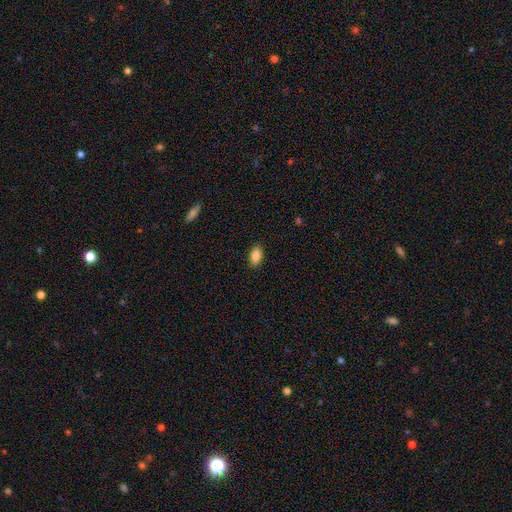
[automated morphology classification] Smooth or featured? Predicted: smooth (p=0.88). How rounded? Predicted: in between (p=0.91). Merging? Predicted: none (p=0.89).